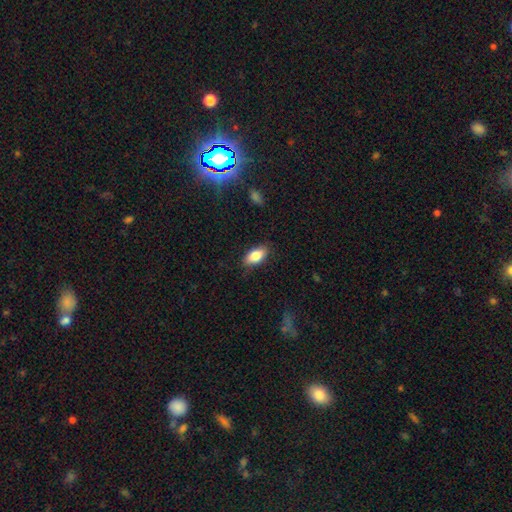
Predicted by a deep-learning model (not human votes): smooth-or-featured: smooth: 83% | featured or disk: 10% | star or artifact: 7%
  how-rounded: in between: 90% | cigar-shaped: 7% | round: 4%
  merging: none: 83% | minor disturbance: 13% | major disturbance: 3% | merger: 1%